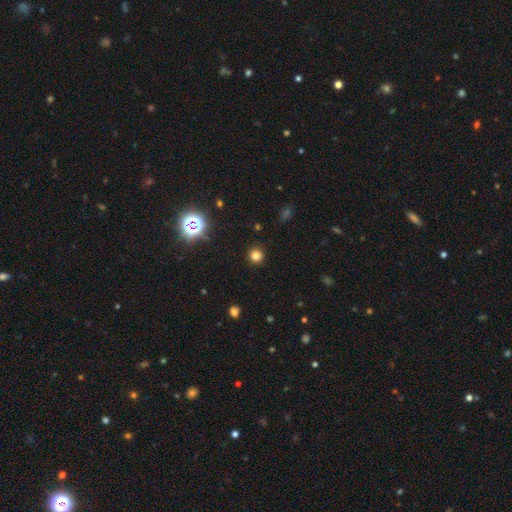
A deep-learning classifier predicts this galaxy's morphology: A smooth galaxy with no disk features (77%) that is round (94%).

Vote fractions:
- Smooth or featured? smooth: 77% / star or artifact: 18% / featured or disk: 5%
- How rounded? round: 94% / in between: 5% / cigar-shaped: 1%
- Merging? none: 91% / minor disturbance: 5% / major disturbance: 2% / merger: 1%